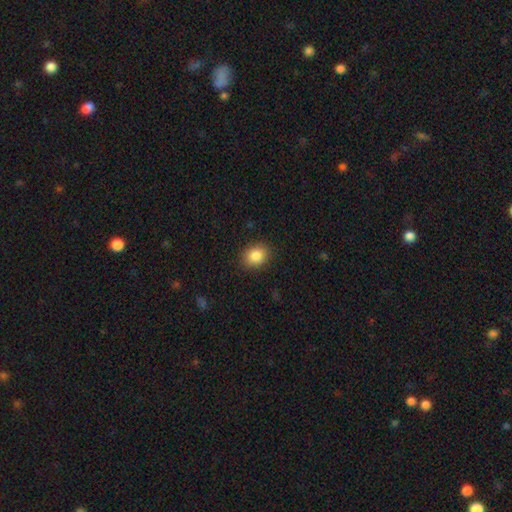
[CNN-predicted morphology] A smooth galaxy with no disk features (86%) that is in between round and cigar-shaped (50%).

Vote fractions:
- Smooth or featured? smooth: 86% / star or artifact: 9% / featured or disk: 5%
- How rounded? in between: 50% / round: 49% / cigar-shaped: 1%
- Merging? none: 88% / minor disturbance: 9% / major disturbance: 2% / merger: 1%